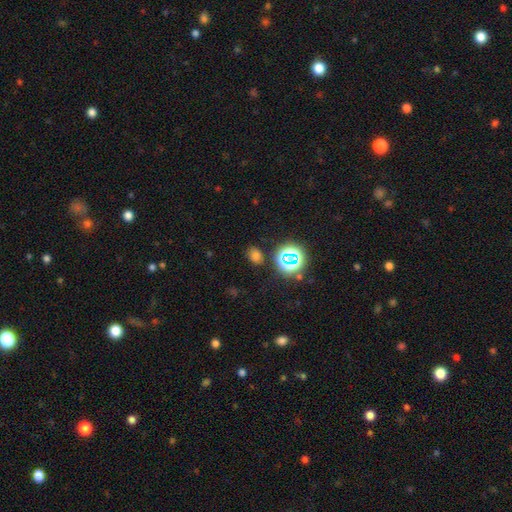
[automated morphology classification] This appears to be a smooth galaxy with no disk features (63%) that is in between round and cigar-shaped (63%). Merging: none (77%).